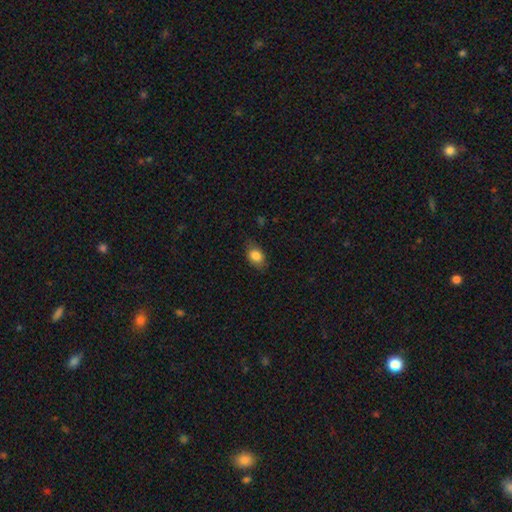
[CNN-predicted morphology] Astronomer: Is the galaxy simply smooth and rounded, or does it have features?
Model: smooth — 84%.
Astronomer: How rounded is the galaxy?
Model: in between — 79%.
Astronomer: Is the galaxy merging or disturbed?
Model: none — 77%.